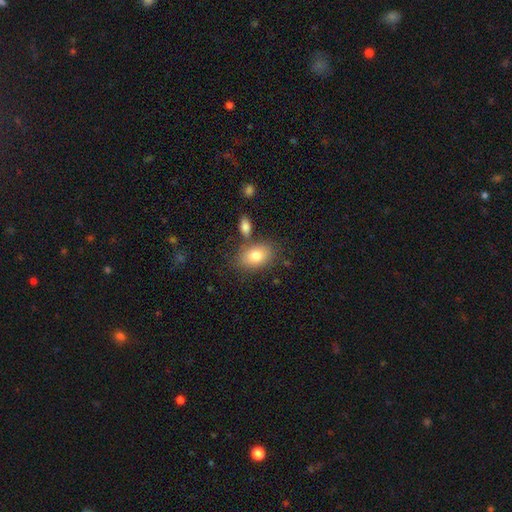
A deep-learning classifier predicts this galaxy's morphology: Smooth or featured: smooth — 80% (featured or disk — 12%)
How rounded: in between — 83% (round — 16%)
Merging: none — 70% (minor disturbance — 13%)